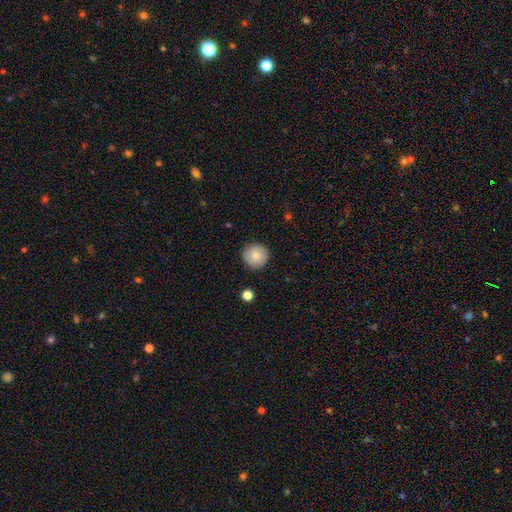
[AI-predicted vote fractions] The model was most divided on "smooth or featured": smooth: 81%, featured or disk: 11%, star or artifact: 8%. More confident: how rounded — round (96%); merging — none (90%).